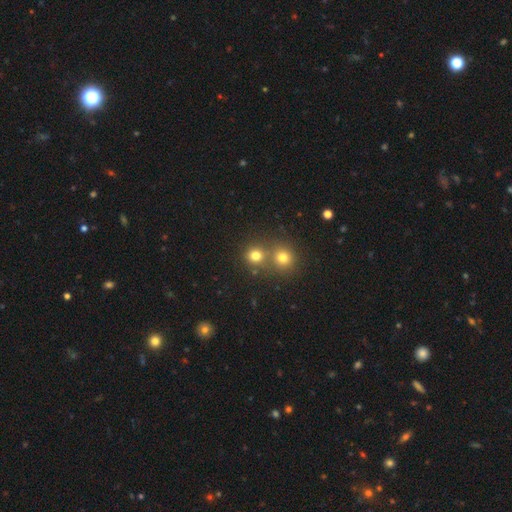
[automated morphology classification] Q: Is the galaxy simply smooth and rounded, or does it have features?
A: smooth — 76%.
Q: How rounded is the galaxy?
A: round — 87%.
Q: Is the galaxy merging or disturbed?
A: none — 59%.